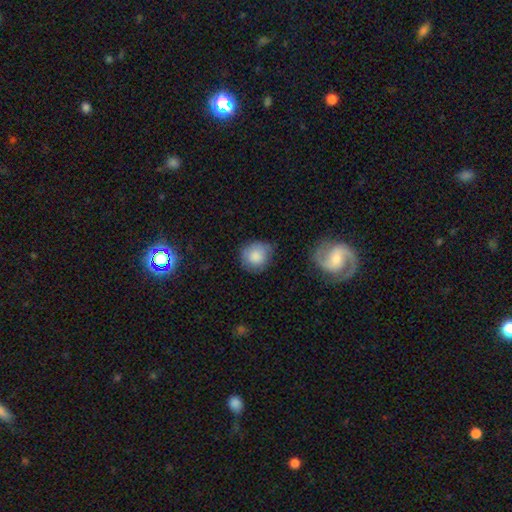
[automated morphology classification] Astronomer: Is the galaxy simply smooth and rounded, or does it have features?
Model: smooth — 82%.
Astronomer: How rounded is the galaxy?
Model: round — 85%.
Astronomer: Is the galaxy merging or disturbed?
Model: none — 62%.